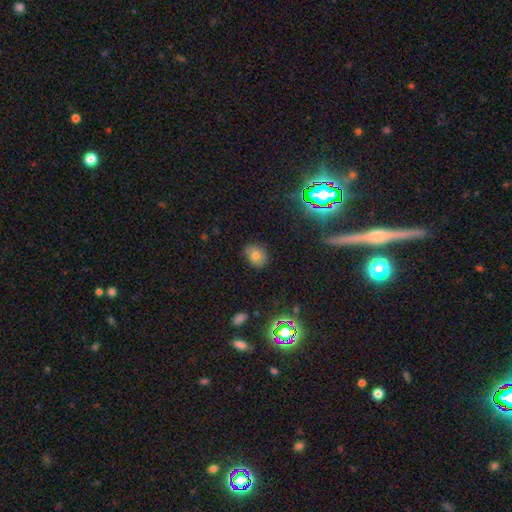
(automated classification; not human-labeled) A smooth galaxy with no disk features (73%) that is round (56%).

Vote fractions:
- Smooth or featured? smooth: 73% / star or artifact: 17% / featured or disk: 10%
- How rounded? round: 56% / in between: 43% / cigar-shaped: 1%
- Merging? none: 72% / minor disturbance: 22% / major disturbance: 4% / merger: 2%